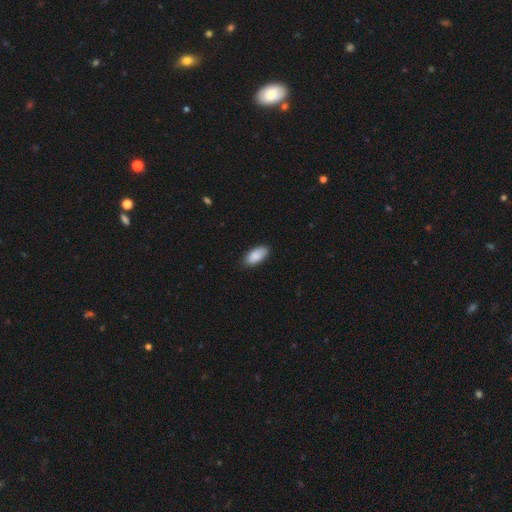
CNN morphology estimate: Overall: smooth (88%). How rounded: in between (93%). Merging: none (82%).